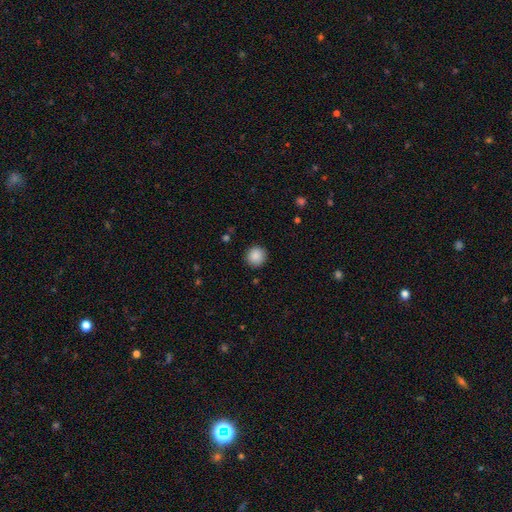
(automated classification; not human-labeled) Q: Smooth or featured?
A: smooth (89%); runner-up: star or artifact (9%)
Q: How rounded?
A: round (93%); runner-up: in between (6%)
Q: Merging?
A: none (90%); runner-up: minor disturbance (7%)